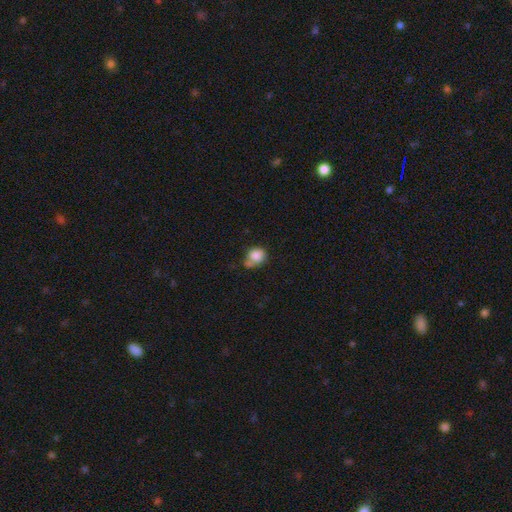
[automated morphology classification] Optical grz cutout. It shows a smooth galaxy with no disk features (84%) that is round (70%). Merging: none (44%).